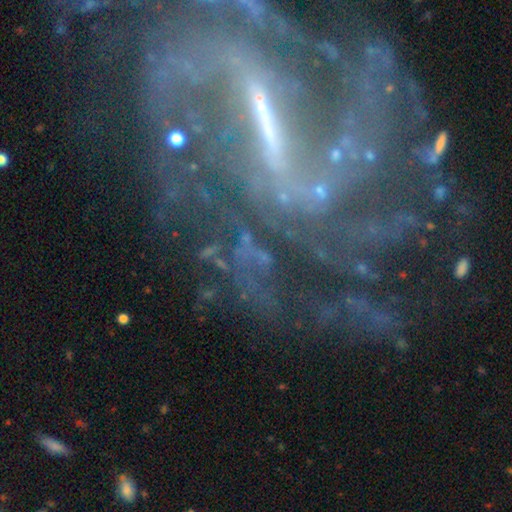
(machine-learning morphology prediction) Smooth or featured? Predicted: featured or disk (p=0.45). Merging? Predicted: none (p=0.58).